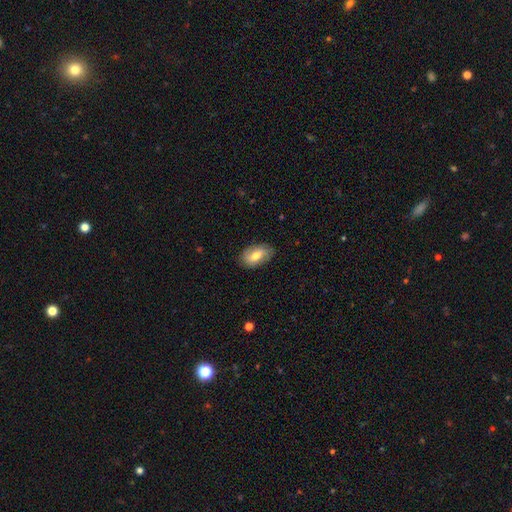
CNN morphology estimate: Smooth or featured?
  - smooth: 63% *
  - featured or disk: 30%
  - star or artifact: 7%
How rounded?
  - in between: 92% *
  - round: 5%
  - cigar-shaped: 3%
Merging?
  - none: 84% *
  - minor disturbance: 12%
  - major disturbance: 3%
  - merger: 1%